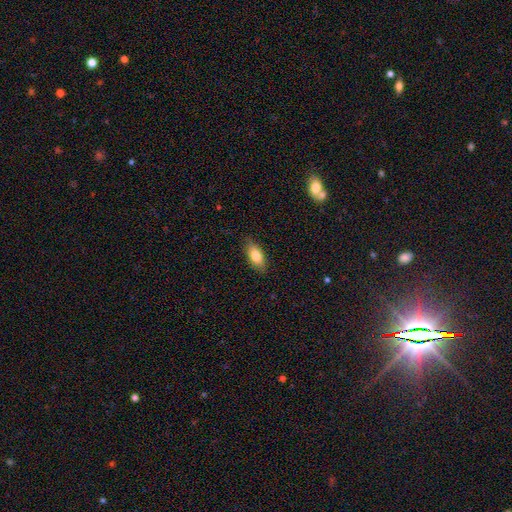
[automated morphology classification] Q: Smooth or featured?
A: smooth (80%); runner-up: featured or disk (13%)
Q: How rounded?
A: in between (86%); runner-up: cigar-shaped (11%)
Q: Merging?
A: none (83%); runner-up: minor disturbance (13%)